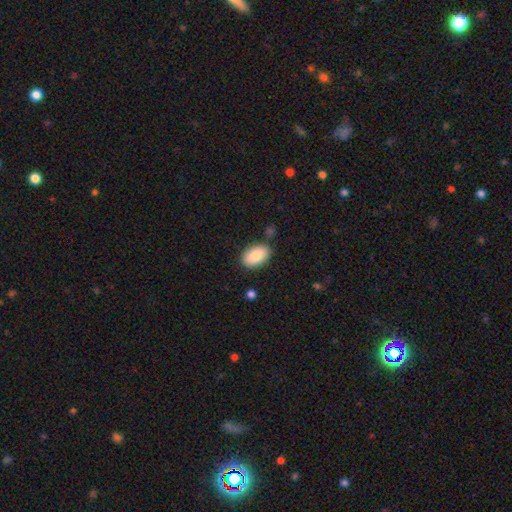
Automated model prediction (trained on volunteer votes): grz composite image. It shows a smooth galaxy with no disk features (86%) that is in between round and cigar-shaped (92%). Merging: none (81%).